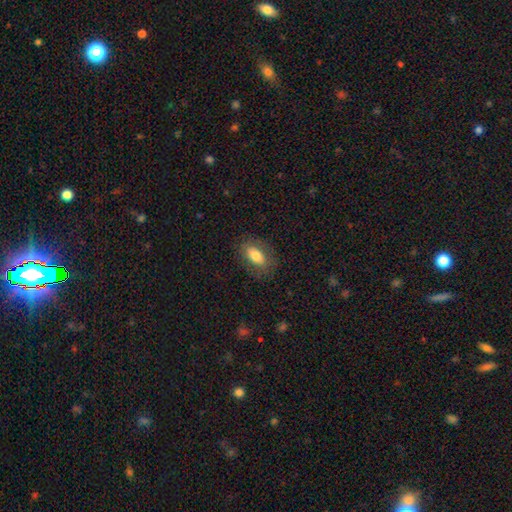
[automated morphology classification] This appears to be a smooth galaxy with no disk features (75%) that is in between round and cigar-shaped (86%). Merging: none (80%).